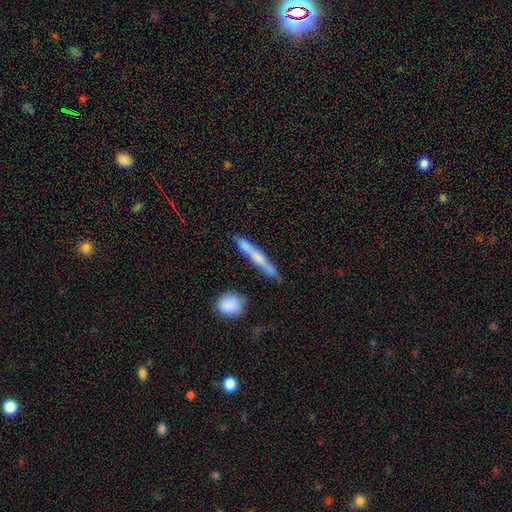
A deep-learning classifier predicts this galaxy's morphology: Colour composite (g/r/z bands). It shows a smooth galaxy with no disk features (49%). Merging: none (78%).